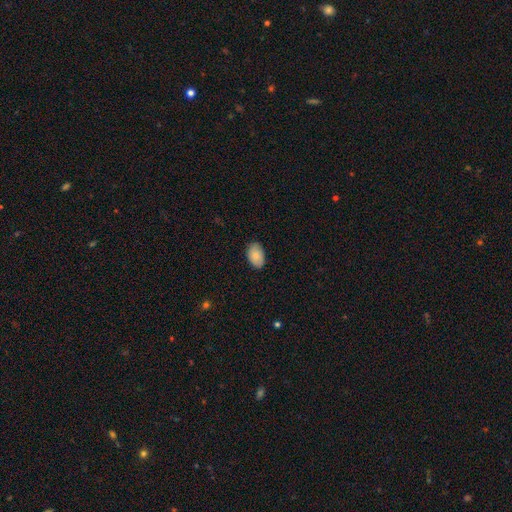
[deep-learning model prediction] smooth_or_featured: smooth (p=0.82) [alt: featured or disk p=0.11]
how_rounded: in between (p=0.91) [alt: round p=0.08]
merging: none (p=0.84) [alt: minor disturbance p=0.13]